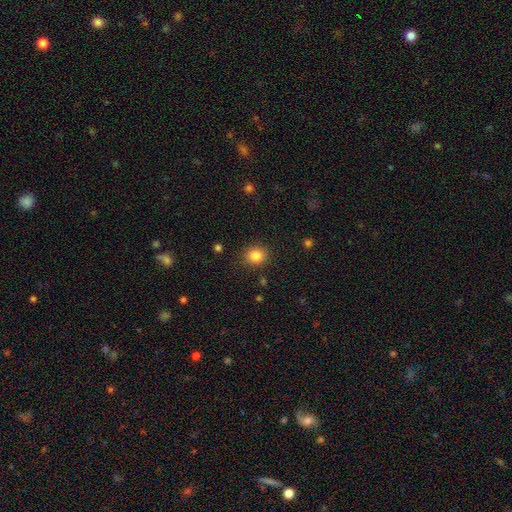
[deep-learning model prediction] This appears to be a smooth galaxy with no disk features (84%) that is round (80%). Merging: none (88%).